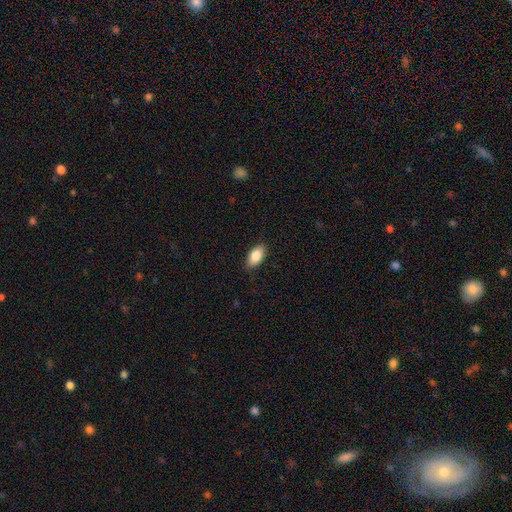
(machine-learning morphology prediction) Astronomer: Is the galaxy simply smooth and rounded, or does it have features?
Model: smooth — 86%.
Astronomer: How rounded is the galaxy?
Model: in between — 92%.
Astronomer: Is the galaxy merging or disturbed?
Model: none — 87%.